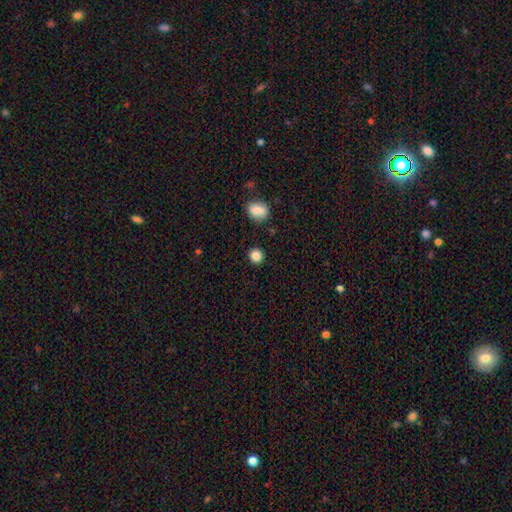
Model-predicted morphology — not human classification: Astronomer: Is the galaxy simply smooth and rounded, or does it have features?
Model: smooth — 86%.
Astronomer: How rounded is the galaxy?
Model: round — 88%.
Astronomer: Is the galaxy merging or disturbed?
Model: none — 90%.